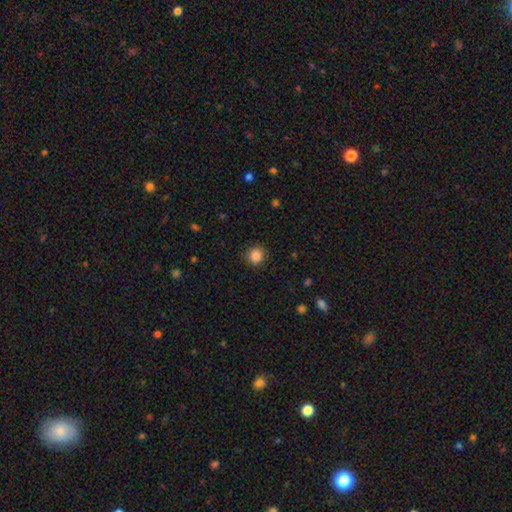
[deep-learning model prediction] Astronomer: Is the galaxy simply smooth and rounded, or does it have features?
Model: smooth — 86%.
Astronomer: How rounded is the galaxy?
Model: round — 91%.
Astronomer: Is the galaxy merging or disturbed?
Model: none — 89%.